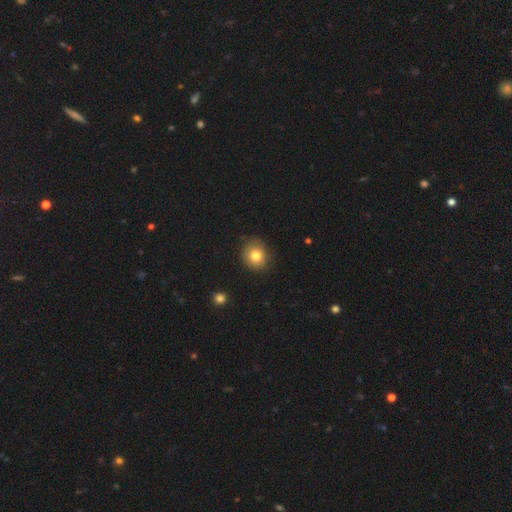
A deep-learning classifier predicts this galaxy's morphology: Smooth or featured?
  - smooth: 80% *
  - star or artifact: 11%
  - featured or disk: 9%
How rounded?
  - round: 81% *
  - in between: 18%
  - cigar-shaped: 1%
Merging?
  - none: 86% *
  - minor disturbance: 10%
  - major disturbance: 2%
  - merger: 1%